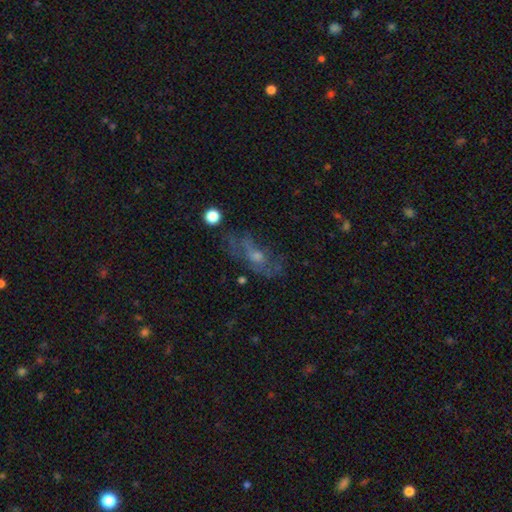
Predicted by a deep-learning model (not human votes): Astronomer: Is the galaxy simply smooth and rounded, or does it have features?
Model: featured or disk — 52% (runner-up: smooth, 30%).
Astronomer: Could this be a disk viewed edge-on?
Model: no — 84%.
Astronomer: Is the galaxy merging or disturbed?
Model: none — 50%.